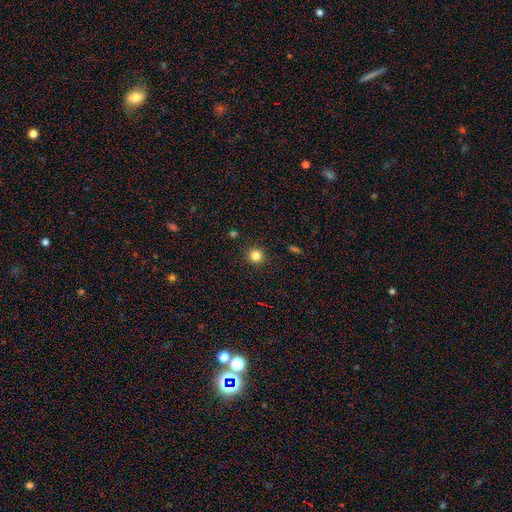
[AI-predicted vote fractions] Smooth or featured? smooth (82%)
How rounded? round (93%)
Merging? none (92%)